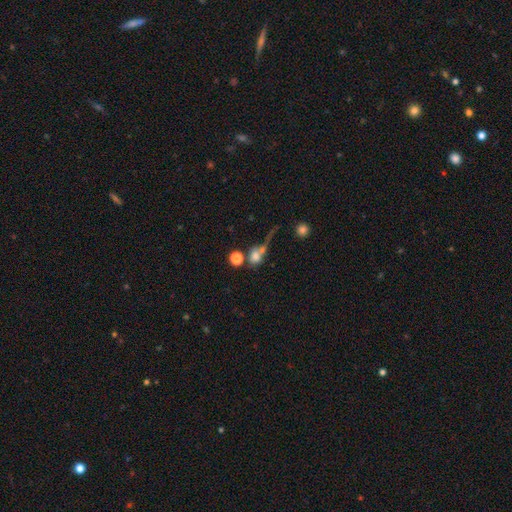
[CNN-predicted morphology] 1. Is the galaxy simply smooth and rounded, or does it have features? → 68% smooth, 16% star or artifact, 15% featured or disk.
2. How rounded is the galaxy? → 64% round, 32% in between, 5% cigar-shaped.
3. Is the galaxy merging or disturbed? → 43% merger, 34% none, 13% major disturbance, 10% minor disturbance.